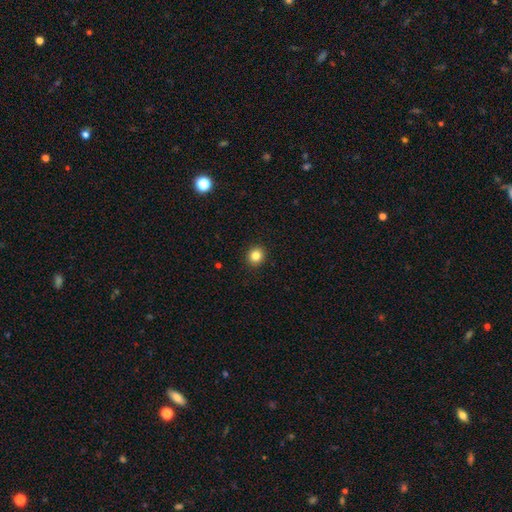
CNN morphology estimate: smooth_or_featured: smooth (p=0.84) [alt: star or artifact p=0.11]
how_rounded: round (p=0.88) [alt: in between p=0.11]
merging: none (p=0.93) [alt: minor disturbance p=0.05]